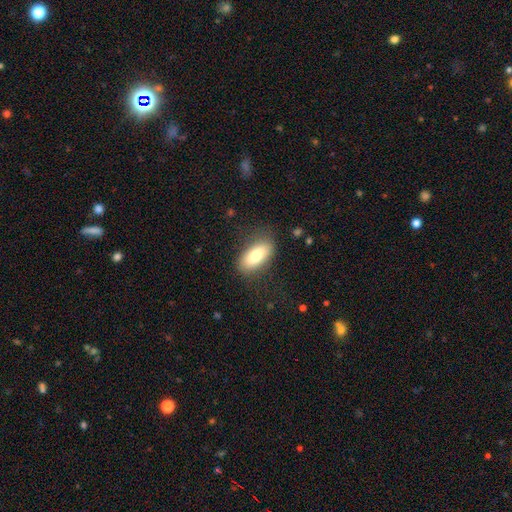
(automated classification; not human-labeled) smooth_or_featured: smooth (p=0.76) [alt: featured or disk p=0.17]
how_rounded: in between (p=0.89) [alt: cigar-shaped p=0.07]
merging: none (p=0.79) [alt: minor disturbance p=0.14]